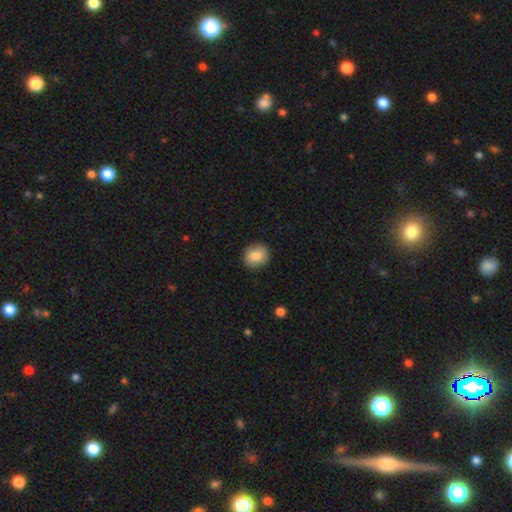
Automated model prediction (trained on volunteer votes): A smooth galaxy with no disk features (83%) that is round (78%). Merging: none (90%).